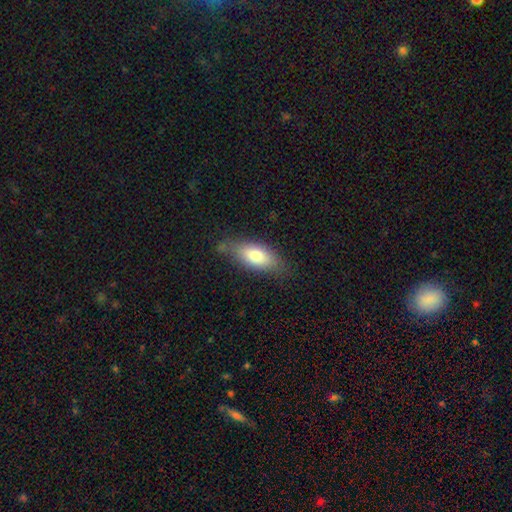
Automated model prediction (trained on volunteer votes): The model was most divided on "merging": none: 69%, minor disturbance: 23%, major disturbance: 6%, merger: 2%. More confident: how rounded — in between (81%); smooth or featured — smooth (75%).